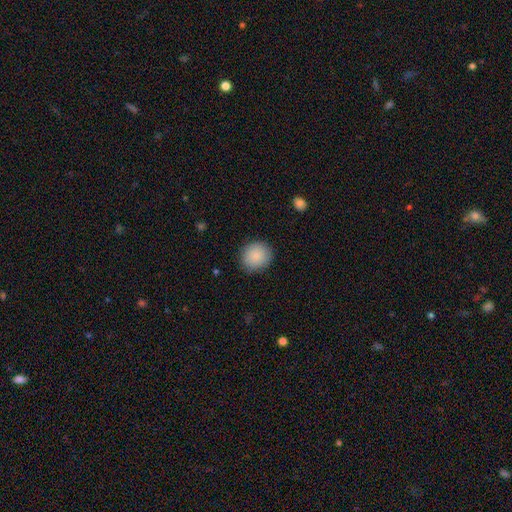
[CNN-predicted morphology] Q: Smooth or featured?
A: smooth (87%); runner-up: star or artifact (8%)
Q: How rounded?
A: round (83%); runner-up: in between (16%)
Q: Merging?
A: none (88%); runner-up: minor disturbance (9%)